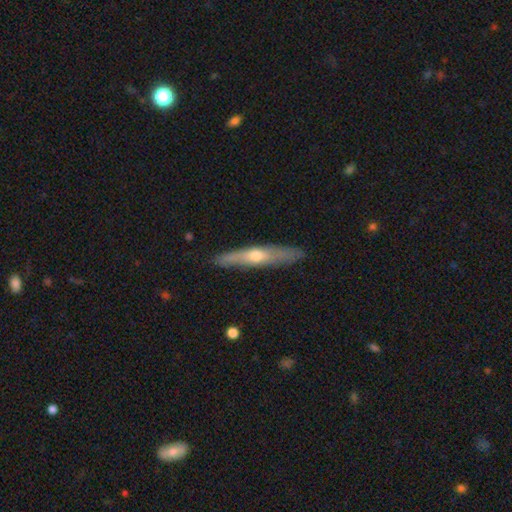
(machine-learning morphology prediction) featured or disk 60%, smooth 34%, star or artifact 6%. Down the decision tree: edge-on disk — yes (90%); edge-on bulge — rounded (85%); merging — none (87%).